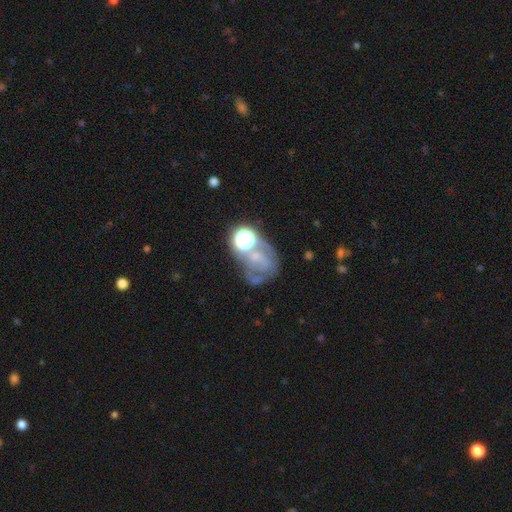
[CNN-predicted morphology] smooth_or_featured: featured or disk (p=0.47) [alt: star or artifact p=0.28]
merging: none (p=0.39) [alt: major disturbance p=0.25]